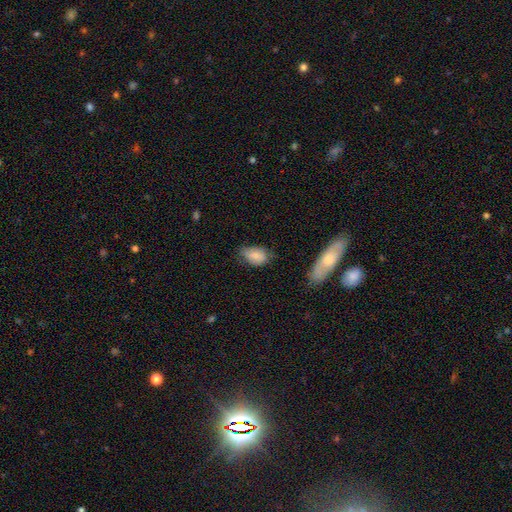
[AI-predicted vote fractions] This appears to be a smooth galaxy with no disk features (83%) that is in between round and cigar-shaped (89%). Merging: none (56%).